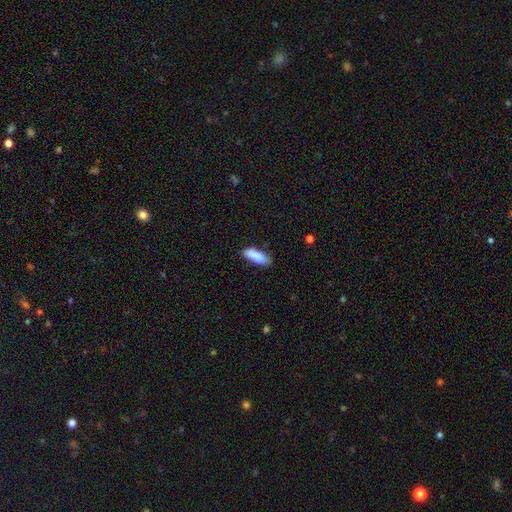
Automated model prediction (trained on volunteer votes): This appears to be a smooth galaxy with no disk features (87%) that is in between round and cigar-shaped (65%). Merging: none (76%).